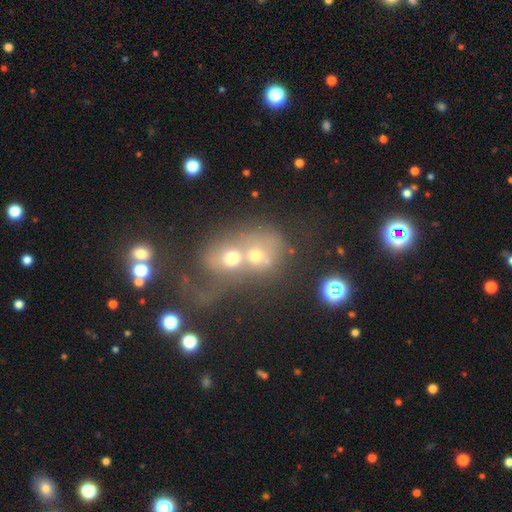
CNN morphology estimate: A smooth galaxy with no disk features (52%) that is round (63%).

Vote fractions:
- Smooth or featured? smooth: 52% / featured or disk: 31% / star or artifact: 17%
- How rounded? round: 63% / in between: 36% / cigar-shaped: 1%
- Merging? merger: 73% / none: 13% / major disturbance: 9% / minor disturbance: 5%